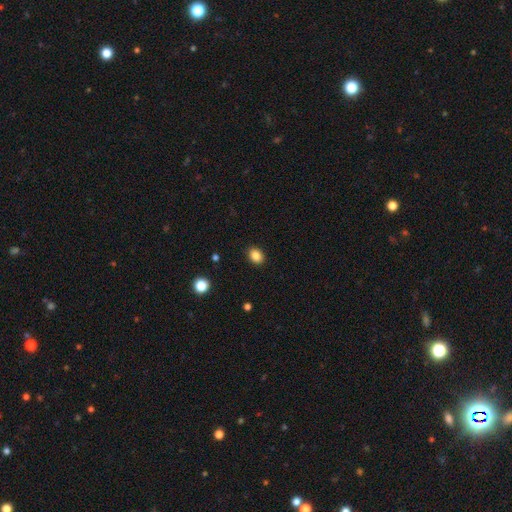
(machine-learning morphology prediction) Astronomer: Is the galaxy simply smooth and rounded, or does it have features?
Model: smooth — 87%.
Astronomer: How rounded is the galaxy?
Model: in between — 59% (runner-up: round, 40%).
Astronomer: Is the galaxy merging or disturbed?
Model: none — 90%.